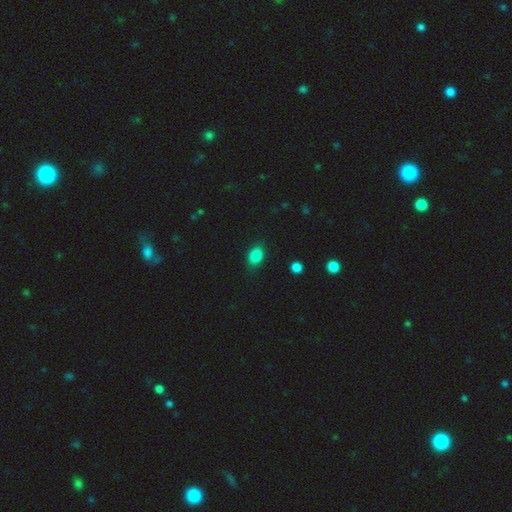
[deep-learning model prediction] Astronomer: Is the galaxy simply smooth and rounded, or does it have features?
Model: smooth — 84%.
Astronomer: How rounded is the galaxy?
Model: in between — 76%.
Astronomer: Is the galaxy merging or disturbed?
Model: none — 81%.